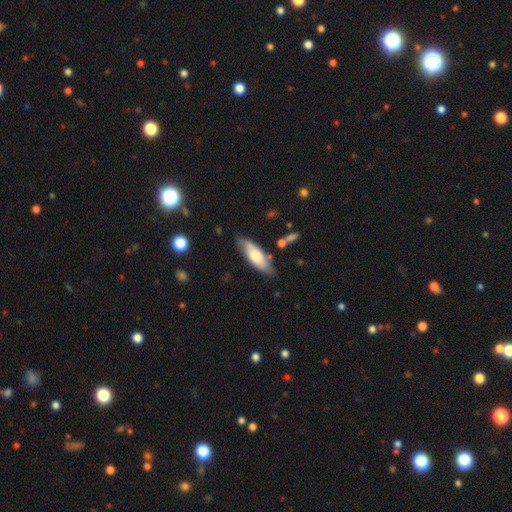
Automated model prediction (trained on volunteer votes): Smooth or featured: smooth — 62% (featured or disk — 32%)
How rounded: in between — 67% (cigar-shaped — 31%)
Merging: none — 71% (minor disturbance — 21%)